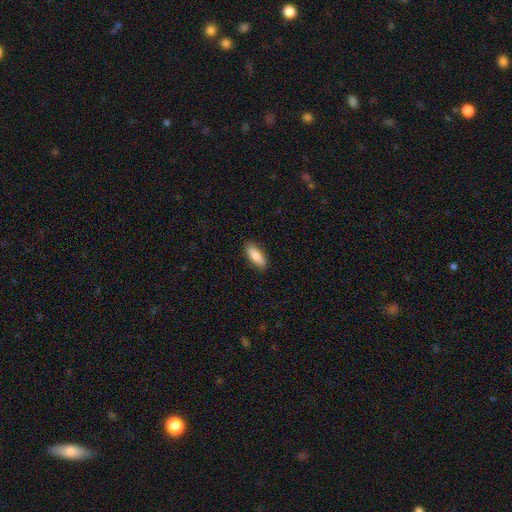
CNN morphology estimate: smooth_or_featured: smooth (p=0.84) [alt: featured or disk p=0.10]
how_rounded: in between (p=0.70) [alt: cigar-shaped p=0.28]
merging: none (p=0.87) [alt: minor disturbance p=0.10]